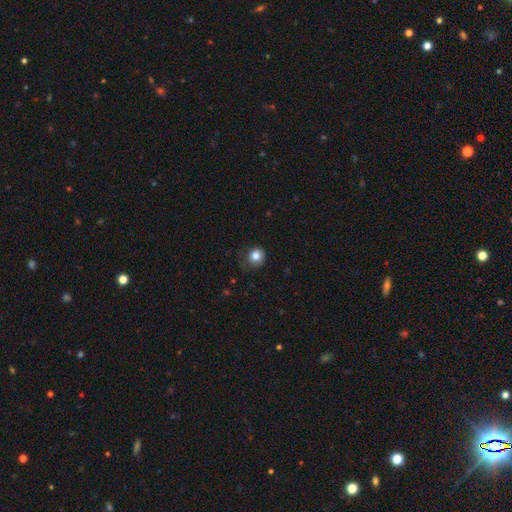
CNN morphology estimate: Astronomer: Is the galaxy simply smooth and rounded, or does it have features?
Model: smooth — 82%.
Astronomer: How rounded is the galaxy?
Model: round — 85%.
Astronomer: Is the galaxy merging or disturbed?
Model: none — 67%.